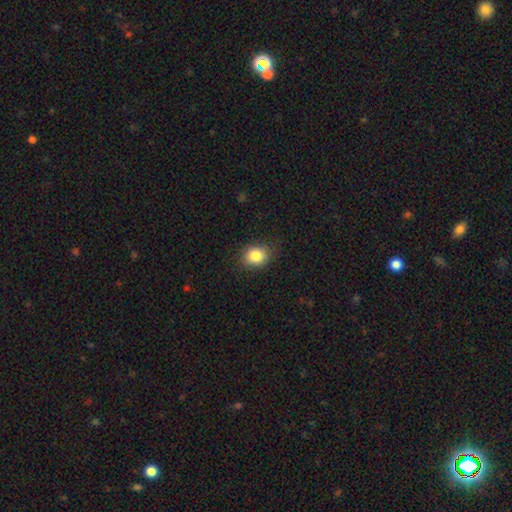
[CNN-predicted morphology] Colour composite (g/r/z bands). It shows a smooth galaxy with no disk features (84%) that is in between round and cigar-shaped (52%). Merging: none (83%).